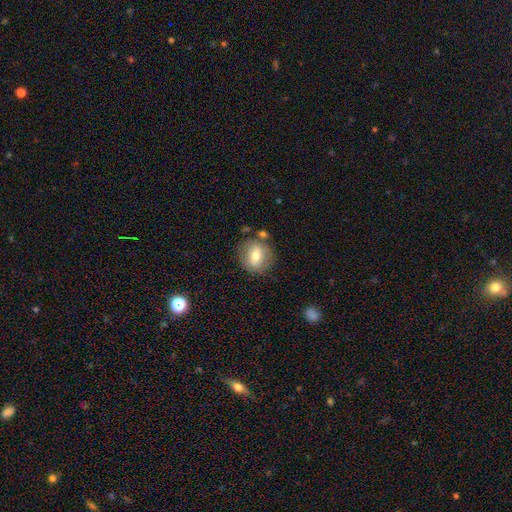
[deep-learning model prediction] Smooth or featured: smooth — 67% (featured or disk — 25%)
How rounded: round — 73% (in between — 25%)
Merging: none — 77% (minor disturbance — 13%)